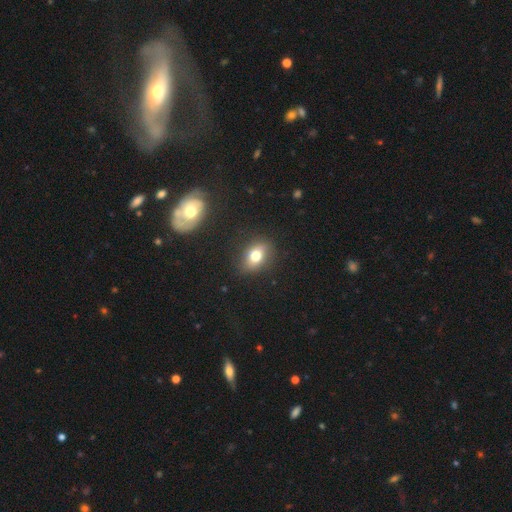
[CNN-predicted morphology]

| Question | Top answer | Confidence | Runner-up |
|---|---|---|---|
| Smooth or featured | smooth | 72% | featured or disk (17%) |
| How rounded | in between | 73% | round (24%) |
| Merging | none | 83% | minor disturbance (12%) |